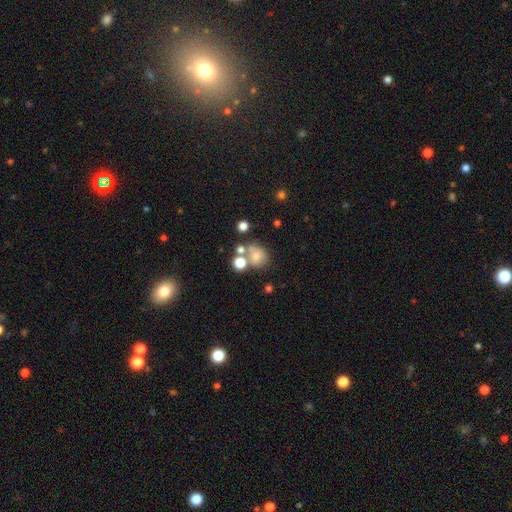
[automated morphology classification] Overall: smooth (67%). How rounded: round (73%). Merging: none (48%; merger 31%).